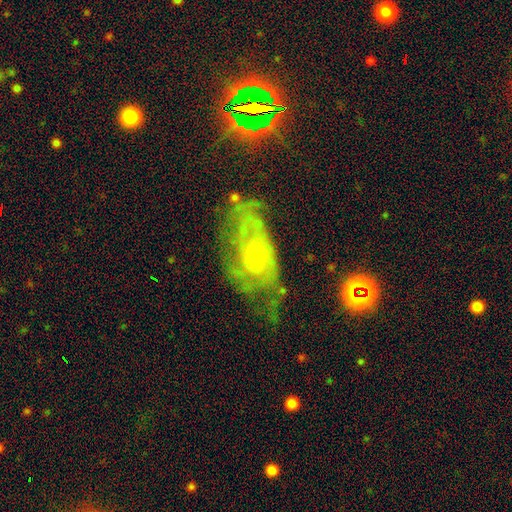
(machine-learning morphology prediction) This appears to be a featured or disk galaxy (76%) with no bar (69%), tight (43%) spiral arms (84%) and a small central bulge (65%). Merging: none (44%).